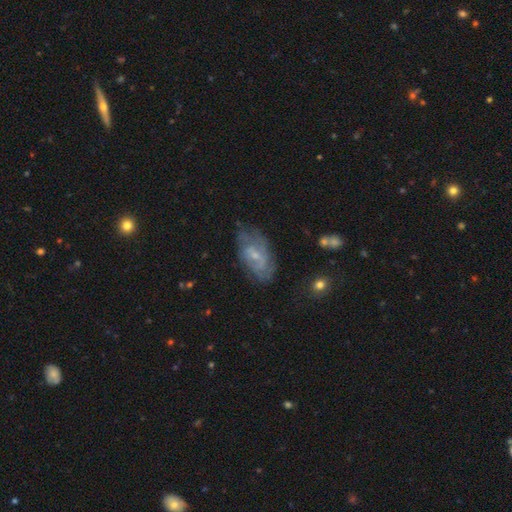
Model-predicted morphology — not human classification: Smooth or featured?
  - featured or disk: 62% *
  - smooth: 30%
  - star or artifact: 8%
Edge-on disk?
  - no: 93% *
  - yes: 7%
Bar?
  - no: 47% *
  - weak: 44%
  - strong: 9%
Spiral arms?
  - yes: 70% *
  - no: 30%
Bulge size?
  - small: 62% *
  - moderate: 29%
  - none: 7%
  - large: 2%
  - dominant: 1%
Merging?
  - none: 61% *
  - minor disturbance: 26%
  - major disturbance: 11%
  - merger: 3%